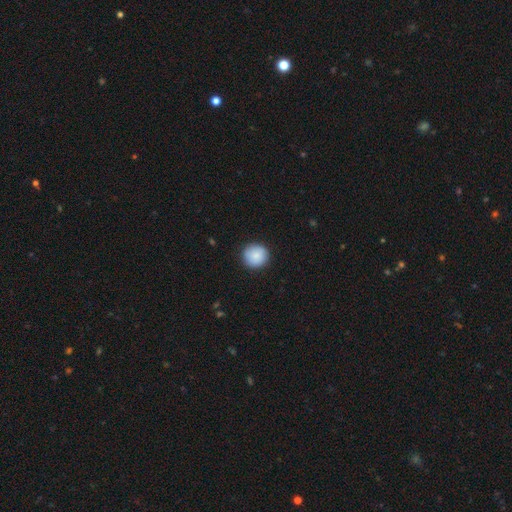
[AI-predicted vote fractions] The model was most divided on "smooth or featured": smooth: 87%, star or artifact: 7%, featured or disk: 6%. More confident: how rounded — round (94%); merging — none (90%).